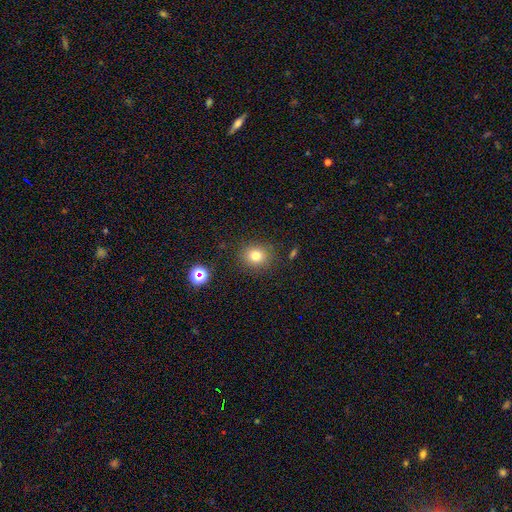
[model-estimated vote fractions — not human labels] Smooth or featured?
  - smooth: 78% *
  - star or artifact: 14%
  - featured or disk: 8%
How rounded?
  - round: 81% *
  - in between: 19%
  - cigar-shaped: 1%
Merging?
  - none: 86% *
  - minor disturbance: 9%
  - major disturbance: 3%
  - merger: 2%